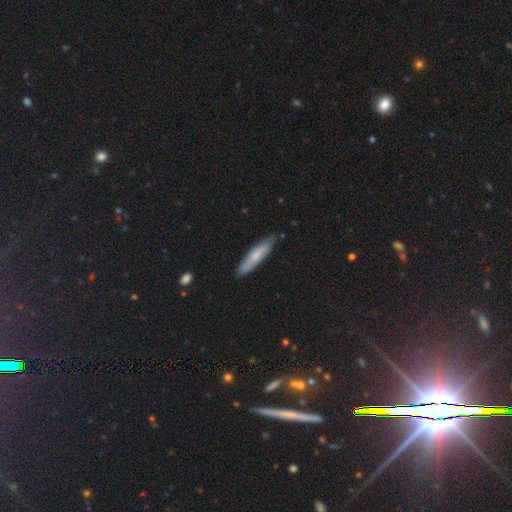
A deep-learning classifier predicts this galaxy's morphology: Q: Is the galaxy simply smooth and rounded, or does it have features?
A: smooth — 66%.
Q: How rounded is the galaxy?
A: cigar-shaped — 86%.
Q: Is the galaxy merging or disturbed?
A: none — 83%.